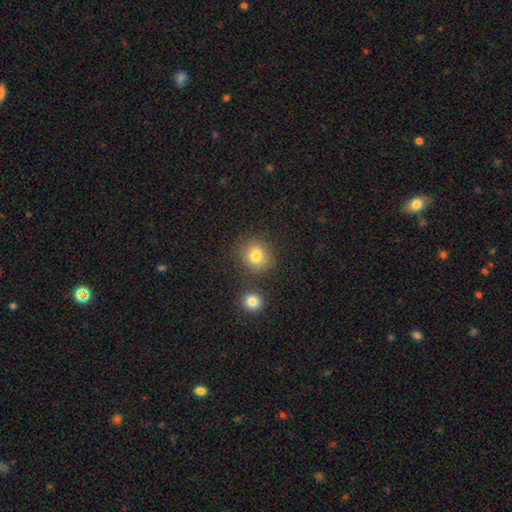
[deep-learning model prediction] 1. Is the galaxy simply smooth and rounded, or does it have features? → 81% smooth, 12% star or artifact, 7% featured or disk.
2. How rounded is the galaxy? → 82% round, 17% in between, 1% cigar-shaped.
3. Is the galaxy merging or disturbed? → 78% none, 10% minor disturbance, 8% merger, 4% major disturbance.